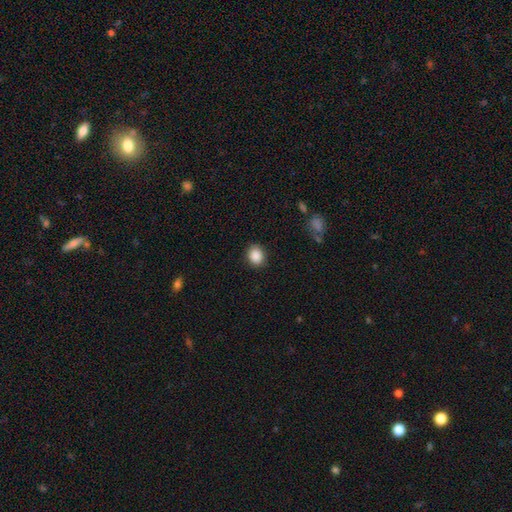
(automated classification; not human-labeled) A smooth galaxy with no disk features (89%) that is round (60%).

Vote fractions:
- Smooth or featured? smooth: 89% / star or artifact: 8% / featured or disk: 3%
- How rounded? round: 60% / in between: 39% / cigar-shaped: 1%
- Merging? none: 87% / minor disturbance: 9% / major disturbance: 3% / merger: 1%